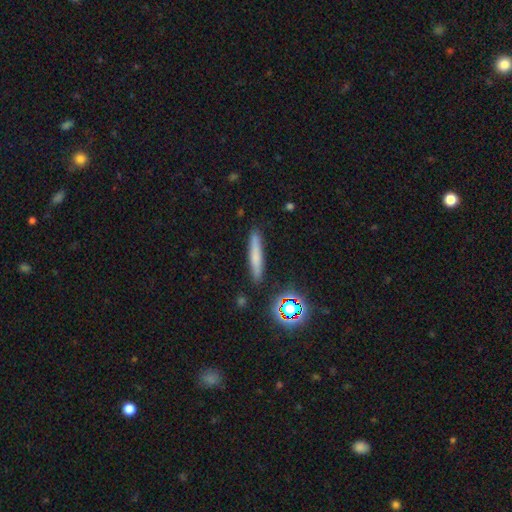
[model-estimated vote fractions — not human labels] smooth 64%, featured or disk 23%, star or artifact 13%. Down the decision tree: how rounded — cigar-shaped (92%); merging — none (88%).